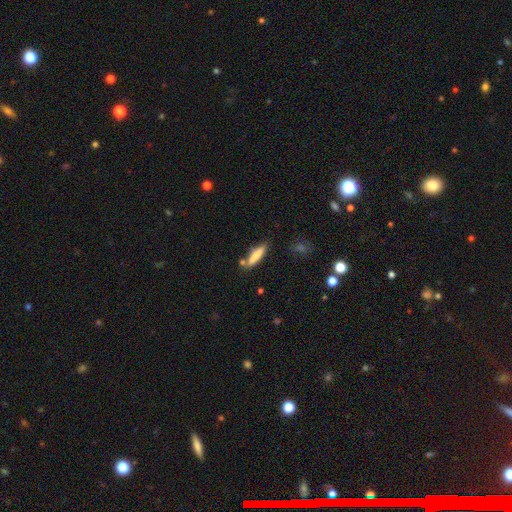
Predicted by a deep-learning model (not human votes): This appears to be a smooth galaxy with no disk features (77%) that is cigar-shaped (75%). Merging: none (72%).